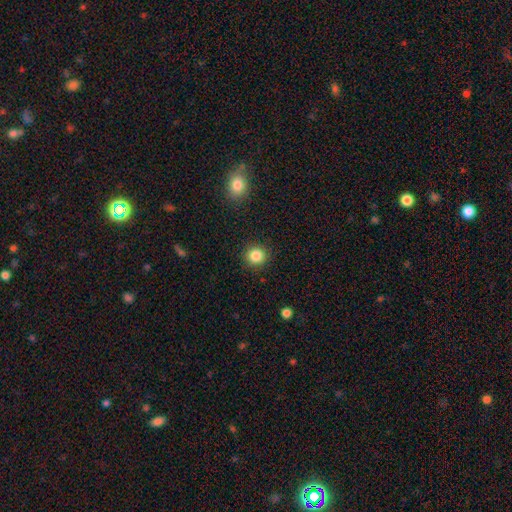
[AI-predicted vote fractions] Morphology: type=smooth (85%); roundness=round (92%); merging=none (90%).